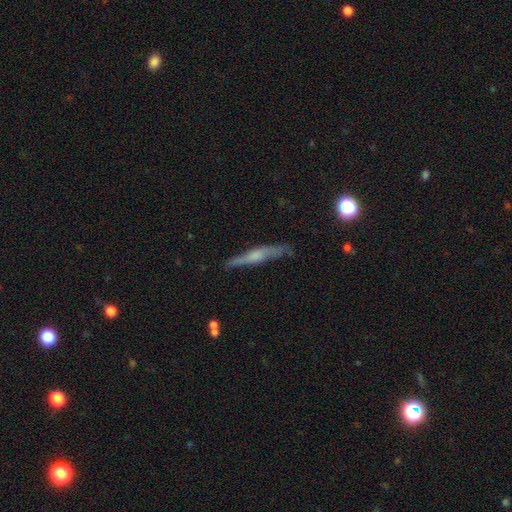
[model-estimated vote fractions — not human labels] Smooth or featured: featured or disk — 58% (smooth — 35%)
Edge-on disk: yes — 91% (no — 9%)
Edge-on bulge: rounded — 60% (none — 24%)
Merging: none — 78% (minor disturbance — 17%)